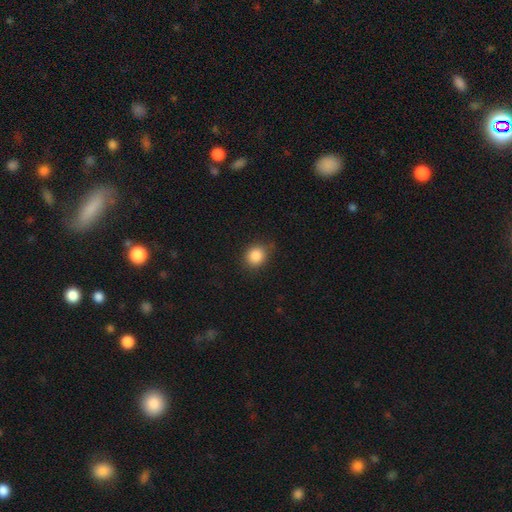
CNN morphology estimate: This appears to be a smooth galaxy with no disk features (86%) that is round (71%). Merging: none (75%).